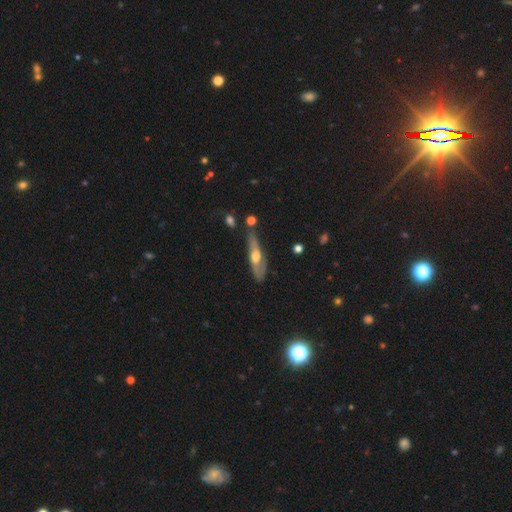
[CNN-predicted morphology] Smooth or featured?
  - featured or disk: 56% *
  - smooth: 38%
  - star or artifact: 6%
Edge-on disk?
  - yes: 65% *
  - no: 35%
Merging?
  - none: 62% *
  - minor disturbance: 24%
  - major disturbance: 7%
  - merger: 6%